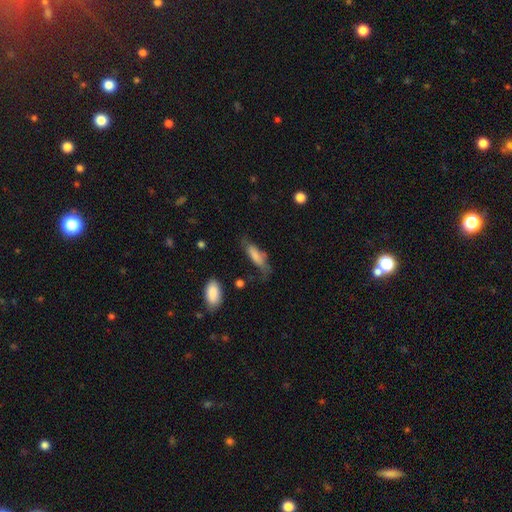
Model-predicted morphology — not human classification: A smooth galaxy with no disk features (74%) that is in between round and cigar-shaped (49%, tied with cigar-shaped). Merging: none (47%).